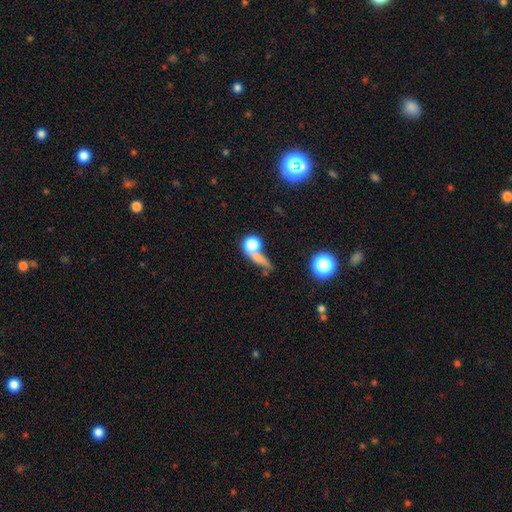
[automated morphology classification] smooth 65%, featured or disk 20%, star or artifact 15%. Down the decision tree: how rounded — round (59%); merging — none (36%).